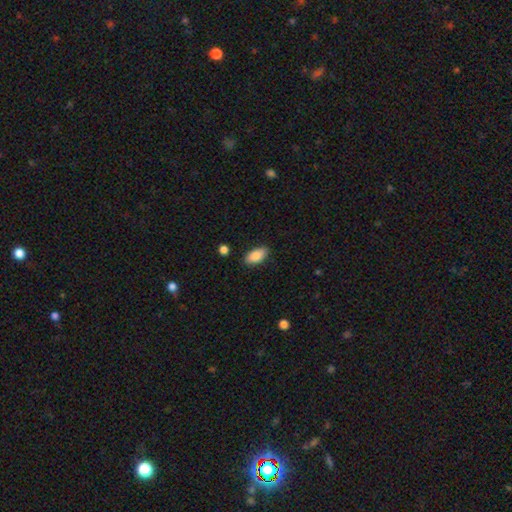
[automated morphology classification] Smooth or featured?
  - smooth: 87% *
  - star or artifact: 7%
  - featured or disk: 6%
How rounded?
  - in between: 93% *
  - cigar-shaped: 4%
  - round: 3%
Merging?
  - none: 87% *
  - minor disturbance: 10%
  - major disturbance: 2%
  - merger: 2%